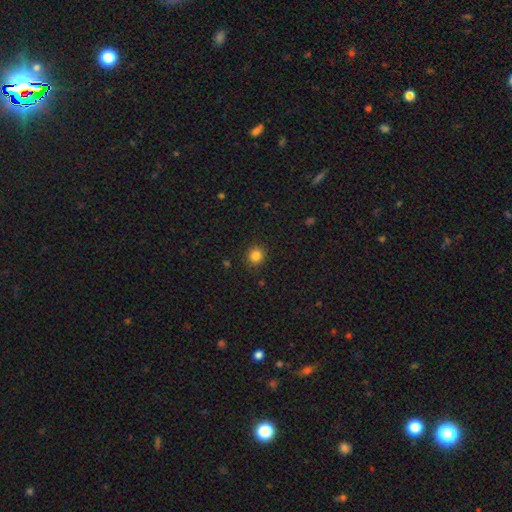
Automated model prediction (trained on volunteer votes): A smooth galaxy with no disk features (84%) that is round (89%). Merging: none (89%).